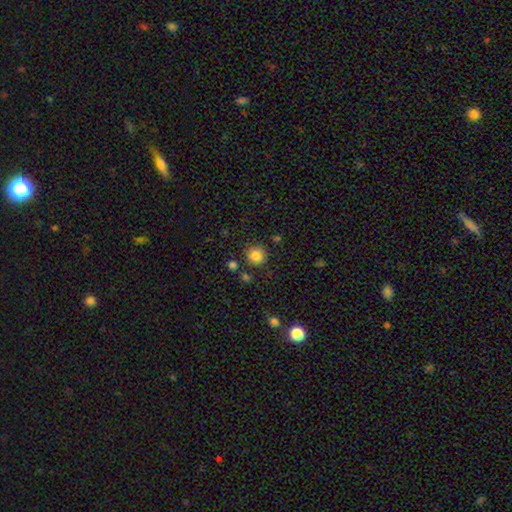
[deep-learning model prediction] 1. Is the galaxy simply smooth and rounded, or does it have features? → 85% smooth, 10% star or artifact, 5% featured or disk.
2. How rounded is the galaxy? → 92% round, 7% in between, 1% cigar-shaped.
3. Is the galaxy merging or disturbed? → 85% none, 8% minor disturbance, 4% merger, 3% major disturbance.